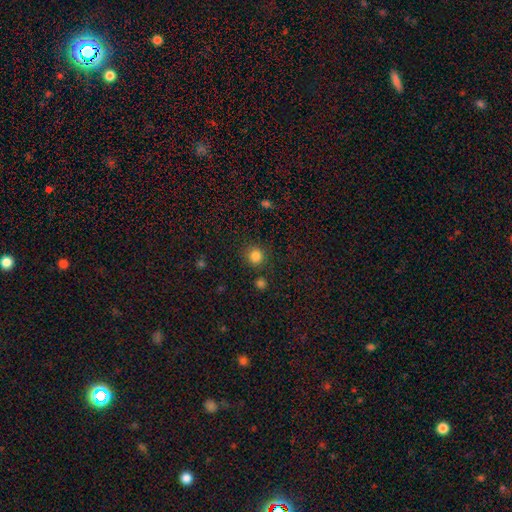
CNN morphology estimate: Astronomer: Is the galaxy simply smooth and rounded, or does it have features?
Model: smooth — 83%.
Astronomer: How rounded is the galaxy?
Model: round — 92%.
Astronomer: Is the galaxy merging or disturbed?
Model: none — 86%.